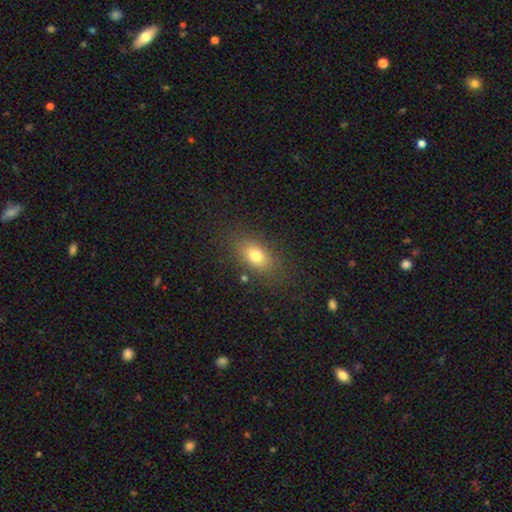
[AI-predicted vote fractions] Morphology: type=smooth (75%); roundness=in between (81%); merging=none (82%).